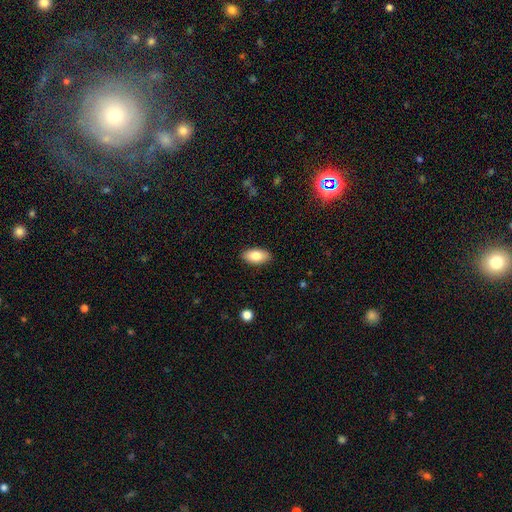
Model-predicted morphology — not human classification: The model was most divided on "smooth or featured": smooth: 84%, featured or disk: 10%, star or artifact: 7%. More confident: how rounded — in between (93%); merging — none (89%).